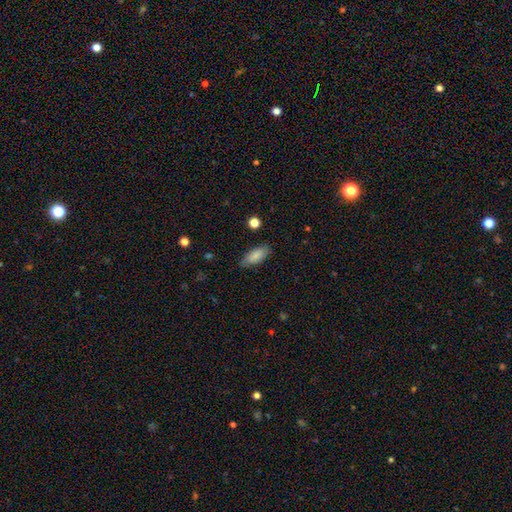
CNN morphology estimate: smooth-or-featured: smooth: 81% | featured or disk: 12% | star or artifact: 7%
  how-rounded: in between: 84% | cigar-shaped: 14% | round: 2%
  merging: none: 80% | minor disturbance: 15% | major disturbance: 3% | merger: 1%